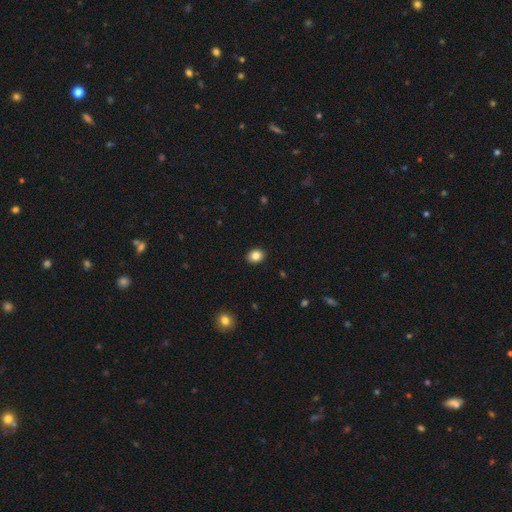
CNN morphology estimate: smooth-or-featured: smooth: 85% | star or artifact: 10% | featured or disk: 5%
  how-rounded: in between: 50% | round: 49% | cigar-shaped: 1%
  merging: none: 91% | minor disturbance: 6% | major disturbance: 2% | merger: 1%